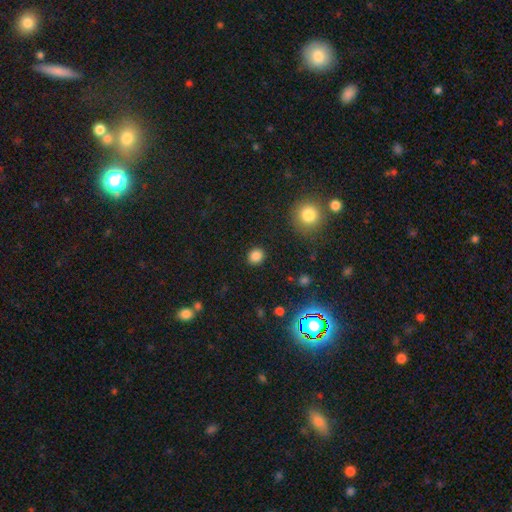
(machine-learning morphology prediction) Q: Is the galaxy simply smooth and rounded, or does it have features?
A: smooth — 84%.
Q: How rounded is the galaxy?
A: round — 81%.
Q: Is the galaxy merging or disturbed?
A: none — 90%.